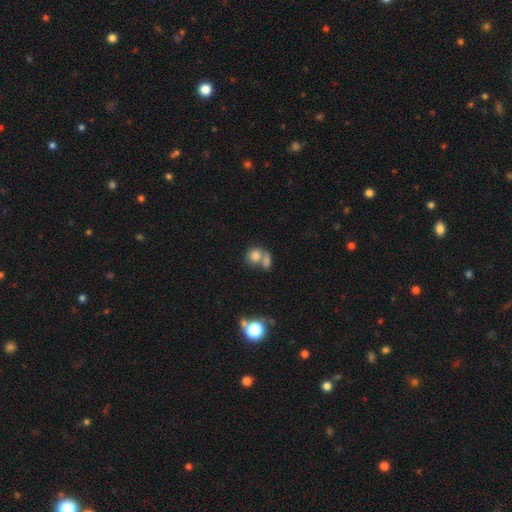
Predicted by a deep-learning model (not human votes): Smooth or featured? Predicted: smooth (p=0.78). How rounded? Predicted: round (p=0.59). Merging? Predicted: merger (p=0.55).